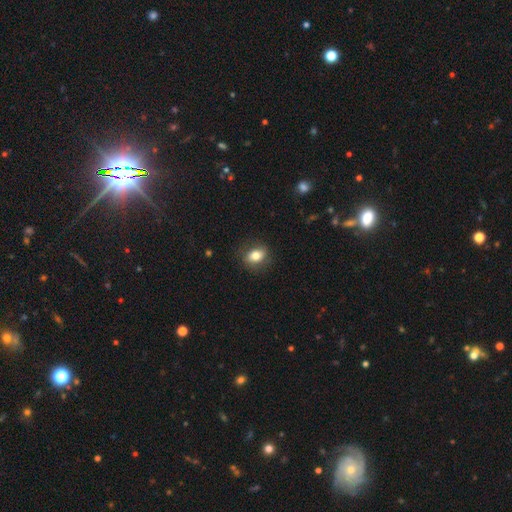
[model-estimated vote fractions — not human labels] Smooth or featured?
  - smooth: 78% *
  - featured or disk: 13%
  - star or artifact: 9%
How rounded?
  - in between: 68% *
  - round: 30%
  - cigar-shaped: 2%
Merging?
  - none: 82% *
  - minor disturbance: 13%
  - major disturbance: 4%
  - merger: 1%